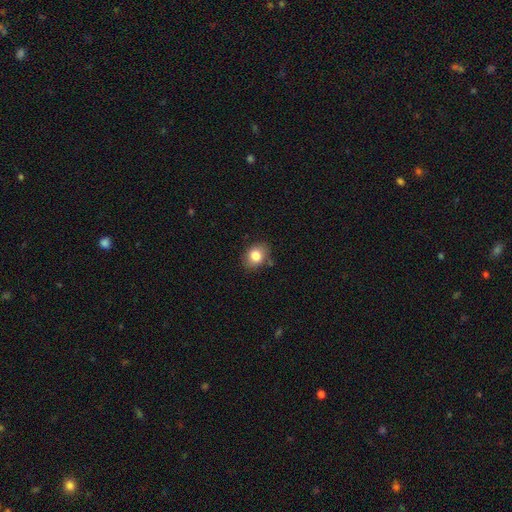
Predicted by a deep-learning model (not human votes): A smooth galaxy with no disk features (83%) that is in between round and cigar-shaped (57%).

Vote fractions:
- Smooth or featured? smooth: 83% / star or artifact: 9% / featured or disk: 8%
- How rounded? in between: 57% / round: 42% / cigar-shaped: 1%
- Merging? none: 79% / minor disturbance: 15% / major disturbance: 3% / merger: 3%